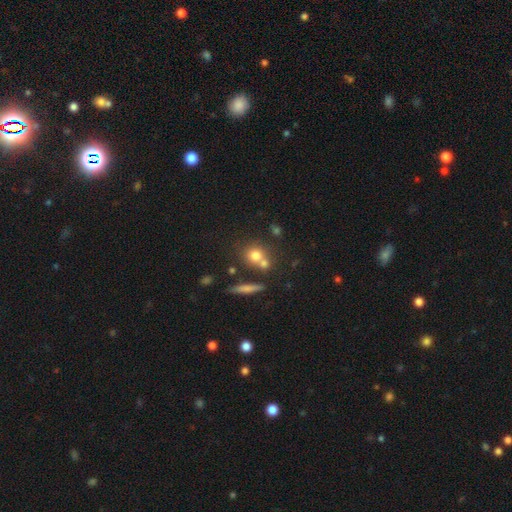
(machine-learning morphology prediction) A smooth galaxy with no disk features (72%) that is round (79%). Merging: none (52%).